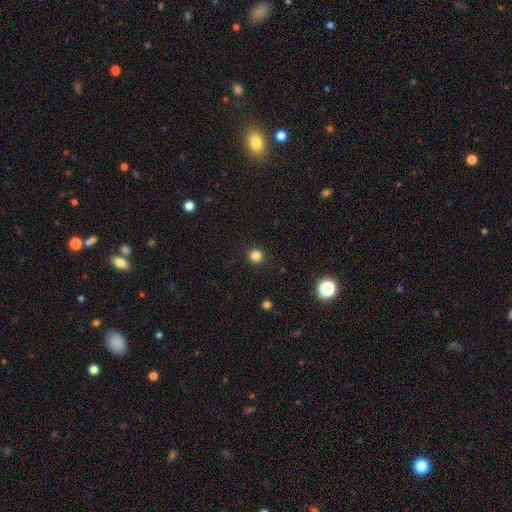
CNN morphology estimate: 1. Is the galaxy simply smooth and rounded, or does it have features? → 83% smooth, 13% star or artifact, 4% featured or disk.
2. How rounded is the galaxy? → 95% round, 4% in between, 1% cigar-shaped.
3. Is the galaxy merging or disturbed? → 92% none, 5% minor disturbance, 2% major disturbance, 1% merger.